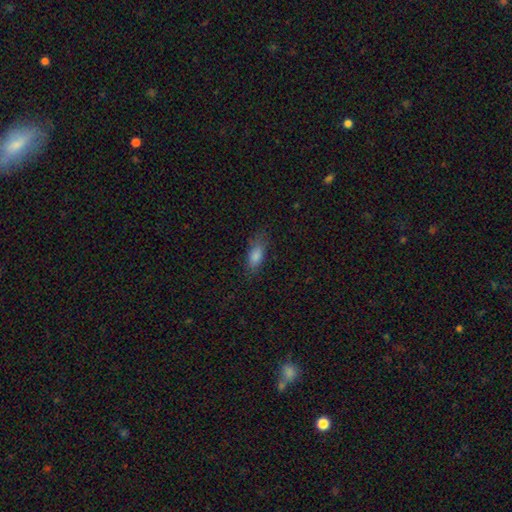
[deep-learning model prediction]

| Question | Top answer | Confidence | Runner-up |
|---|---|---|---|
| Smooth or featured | smooth | 82% | featured or disk (10%) |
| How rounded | in between | 74% | cigar-shaped (23%) |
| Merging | none | 73% | minor disturbance (20%) |